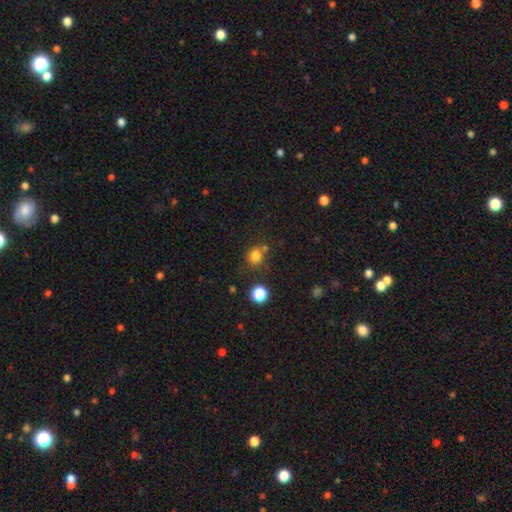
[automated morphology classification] Smooth or featured?
  - smooth: 80% *
  - star or artifact: 14%
  - featured or disk: 6%
How rounded?
  - round: 80% *
  - in between: 19%
  - cigar-shaped: 1%
Merging?
  - none: 67% *
  - minor disturbance: 14%
  - merger: 14%
  - major disturbance: 5%